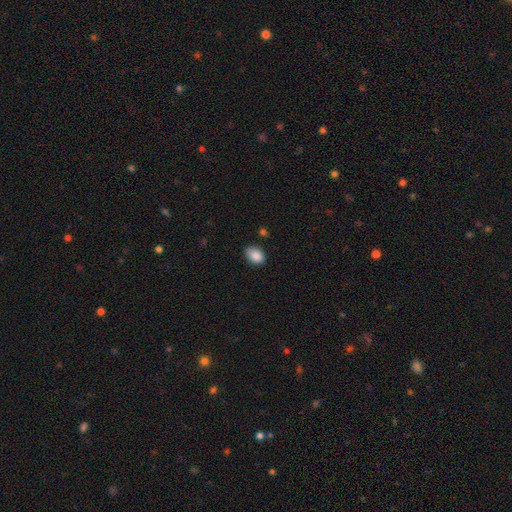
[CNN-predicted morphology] Smooth or featured? smooth (88%)
How rounded? in between (80%)
Merging? none (75%)